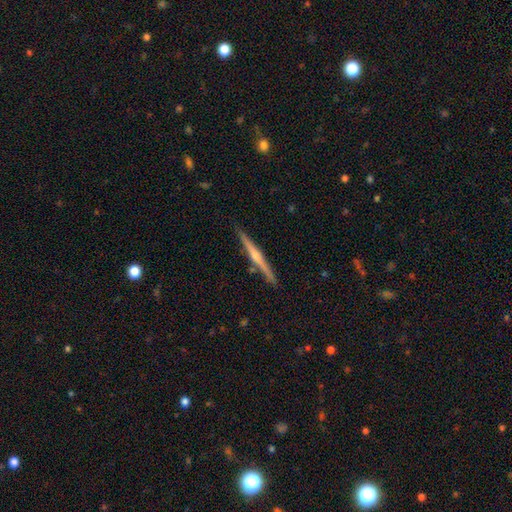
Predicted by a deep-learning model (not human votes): A featured or disk galaxy (72%) viewed edge-on (98%) with a rounded central bulge (73%). Merging: none (88%).